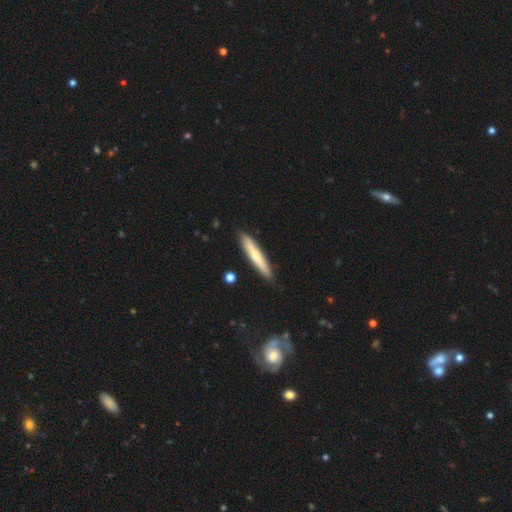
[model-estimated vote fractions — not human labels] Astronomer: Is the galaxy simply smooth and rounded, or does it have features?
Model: smooth — 63%.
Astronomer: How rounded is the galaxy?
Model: cigar-shaped — 92%.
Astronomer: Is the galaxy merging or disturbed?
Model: none — 89%.